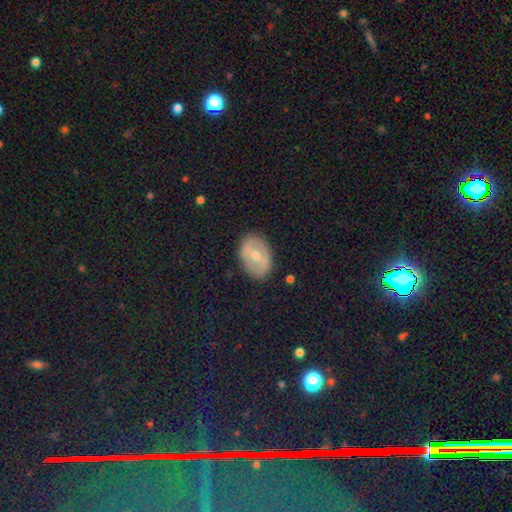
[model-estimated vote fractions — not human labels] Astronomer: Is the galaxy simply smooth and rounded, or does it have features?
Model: featured or disk — 50% (runner-up: smooth, 42%).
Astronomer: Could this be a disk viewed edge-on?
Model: no — 92%.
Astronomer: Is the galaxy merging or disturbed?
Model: none — 85%.